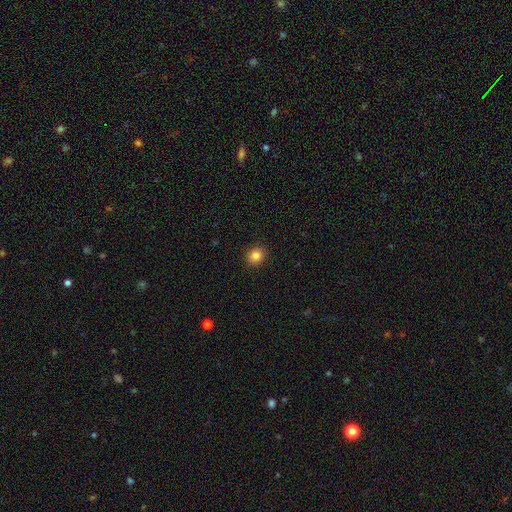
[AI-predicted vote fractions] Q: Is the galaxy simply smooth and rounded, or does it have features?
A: smooth — 84%.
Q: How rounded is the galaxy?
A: round — 79%.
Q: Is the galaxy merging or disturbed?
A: none — 91%.